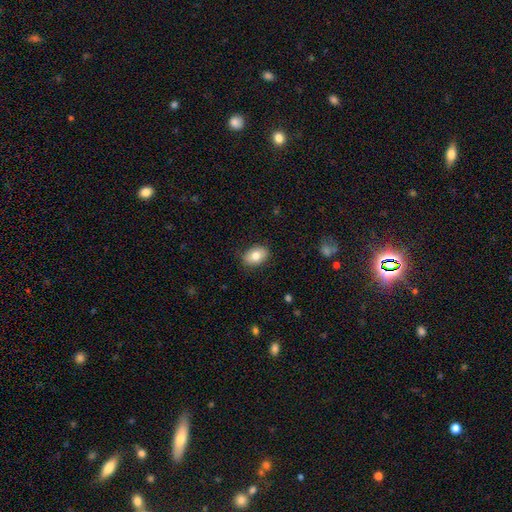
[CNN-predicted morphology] A smooth galaxy with no disk features (80%) that is in between round and cigar-shaped (84%).

Vote fractions:
- Smooth or featured? smooth: 80% / featured or disk: 13% / star or artifact: 7%
- How rounded? in between: 84% / round: 15% / cigar-shaped: 1%
- Merging? none: 86% / minor disturbance: 11% / major disturbance: 2% / merger: 1%